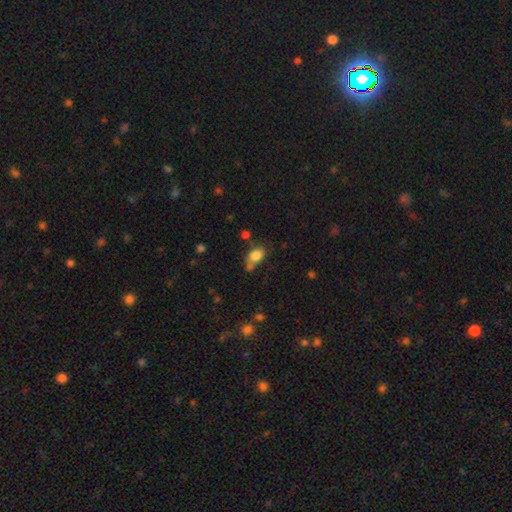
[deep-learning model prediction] A smooth galaxy with no disk features (82%) that is in between round and cigar-shaped (76%). Merging: none (49%).